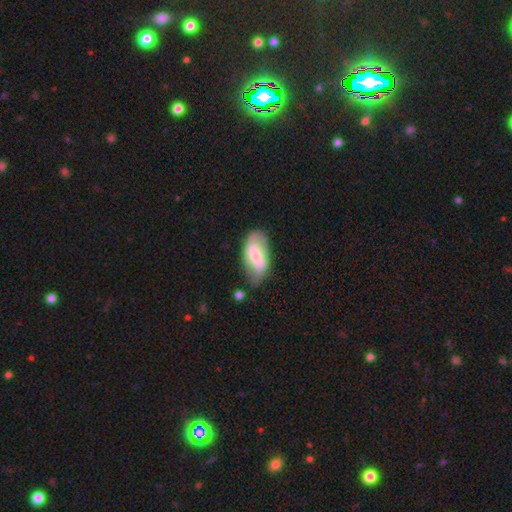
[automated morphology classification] Smooth or featured?
  - smooth: 48% *
  - featured or disk: 45%
  - star or artifact: 7%
Merging?
  - none: 54% *
  - minor disturbance: 29%
  - major disturbance: 13%
  - merger: 5%